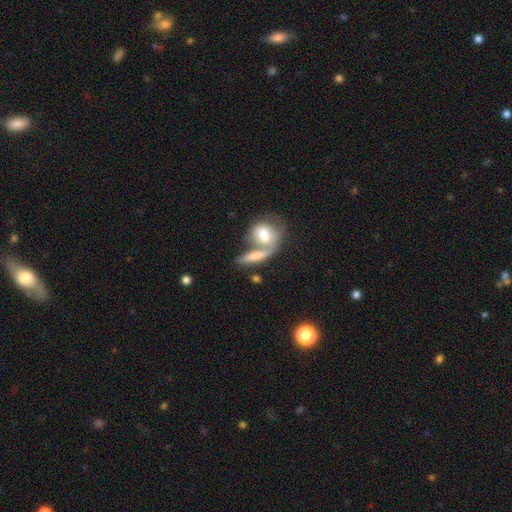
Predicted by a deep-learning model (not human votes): Q: Smooth or featured?
A: smooth (69%); runner-up: featured or disk (23%)
Q: How rounded?
A: in between (50%); runner-up: cigar-shaped (31%)
Q: Merging?
A: merger (53%); runner-up: none (32%)